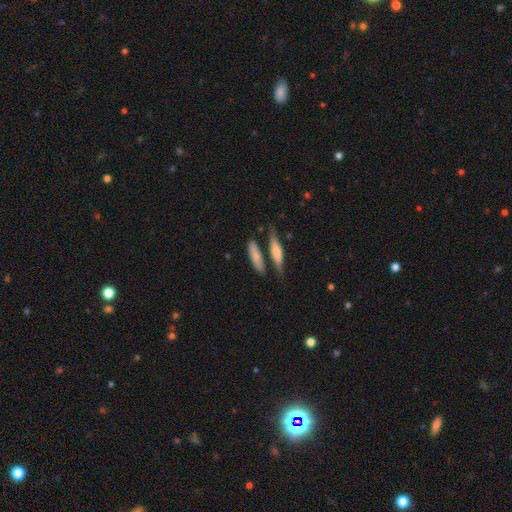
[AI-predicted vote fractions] This appears to be a smooth galaxy with no disk features (71%) that is cigar-shaped (69%). Merging: none (61%).